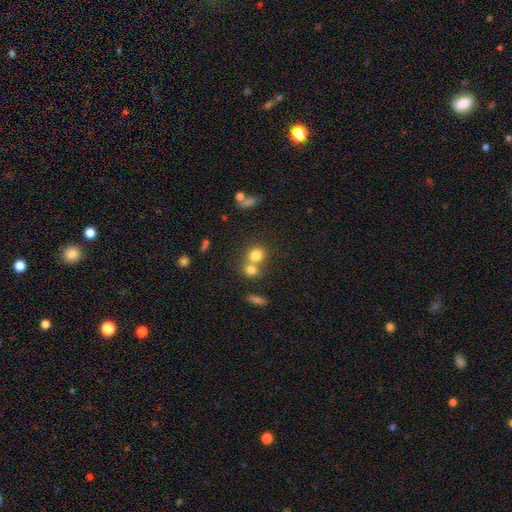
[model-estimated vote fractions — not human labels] This appears to be a smooth galaxy with no disk features (77%) that is round (77%). Merging: merger (46%).